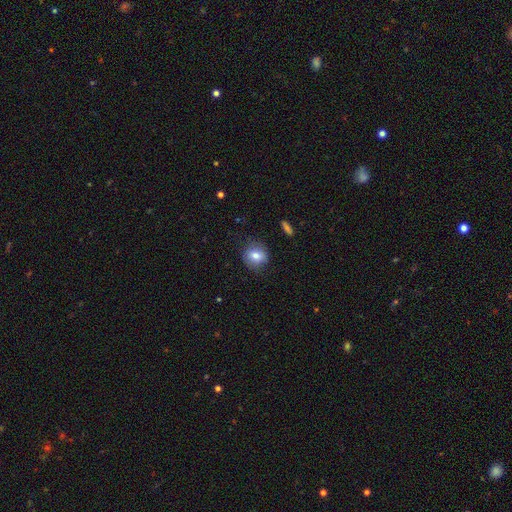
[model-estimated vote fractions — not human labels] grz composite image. It shows a smooth galaxy with no disk features (75%) that is round (76%). Merging: none (79%).